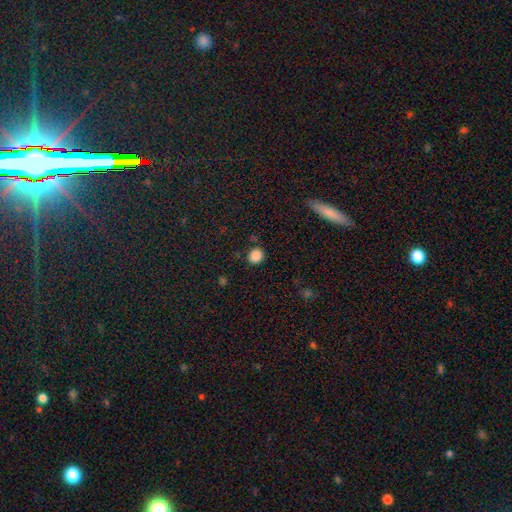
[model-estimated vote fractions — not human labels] This is clearly a smooth galaxy (86%). How rounded: clearly round (82%). Merging: clearly none (85%).